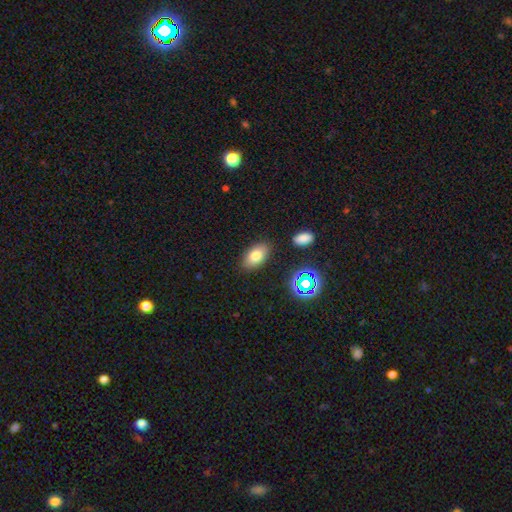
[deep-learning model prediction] Morphology: type=smooth (75%); roundness=in between (91%); merging=none (85%).